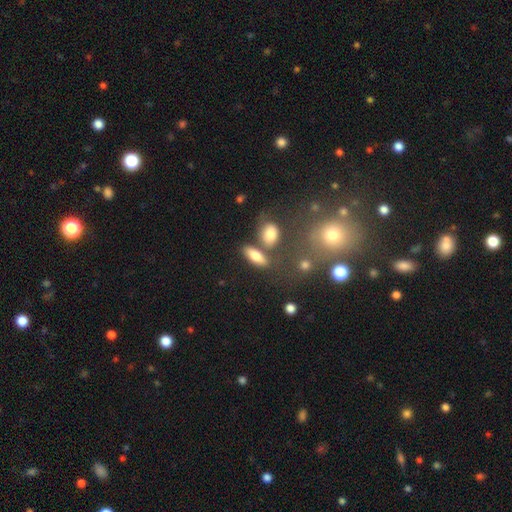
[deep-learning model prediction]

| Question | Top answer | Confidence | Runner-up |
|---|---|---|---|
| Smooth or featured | smooth | 75% | featured or disk (17%) |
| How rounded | in between | 71% | cigar-shaped (22%) |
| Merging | none | 65% | merger (17%) |